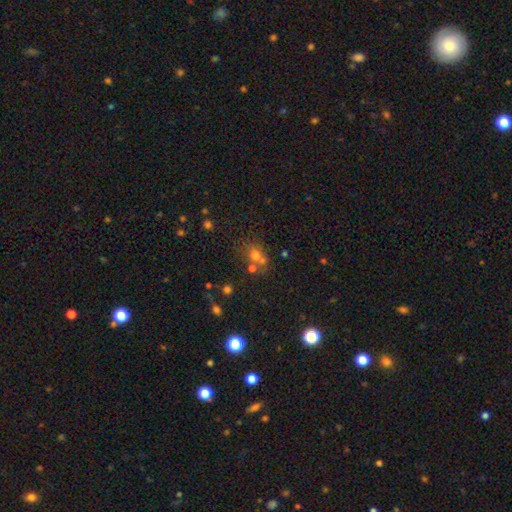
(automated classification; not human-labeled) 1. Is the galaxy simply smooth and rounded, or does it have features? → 62% smooth, 23% star or artifact, 15% featured or disk.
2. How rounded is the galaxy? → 62% round, 36% in between, 1% cigar-shaped.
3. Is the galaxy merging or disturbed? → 47% none, 35% merger, 12% minor disturbance, 6% major disturbance.